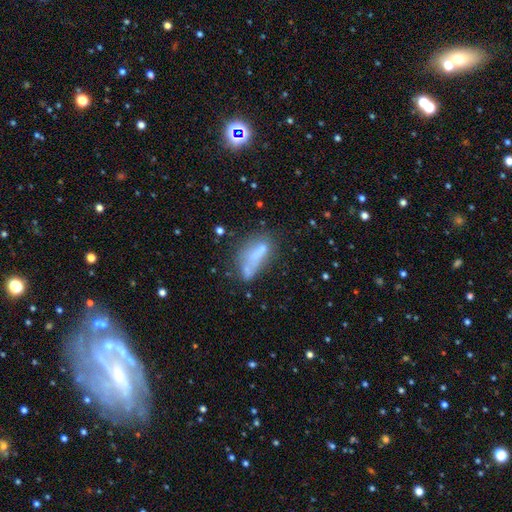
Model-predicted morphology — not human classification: Smooth or featured?
  - smooth: 56% *
  - featured or disk: 31%
  - star or artifact: 13%
How rounded?
  - in between: 62% *
  - cigar-shaped: 35%
  - round: 3%
Merging?
  - none: 35% *
  - minor disturbance: 23%
  - major disturbance: 22%
  - merger: 21%